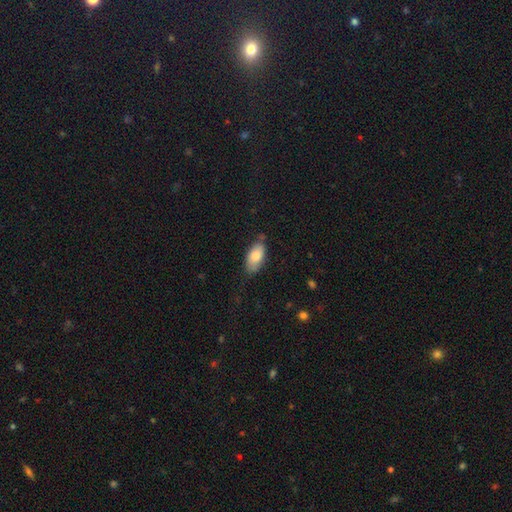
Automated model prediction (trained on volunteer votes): smooth-or-featured: smooth: 81% | featured or disk: 12% | star or artifact: 6%
  how-rounded: in between: 91% | cigar-shaped: 6% | round: 3%
  merging: none: 73% | minor disturbance: 21% | major disturbance: 4% | merger: 3%